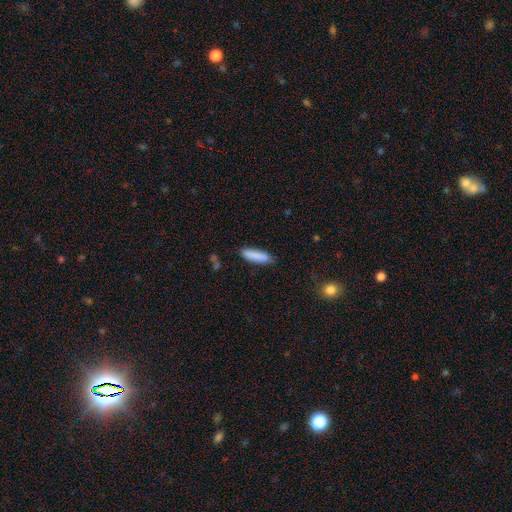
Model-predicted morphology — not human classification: A smooth galaxy with no disk features (87%) that is cigar-shaped (66%). Merging: none (83%).